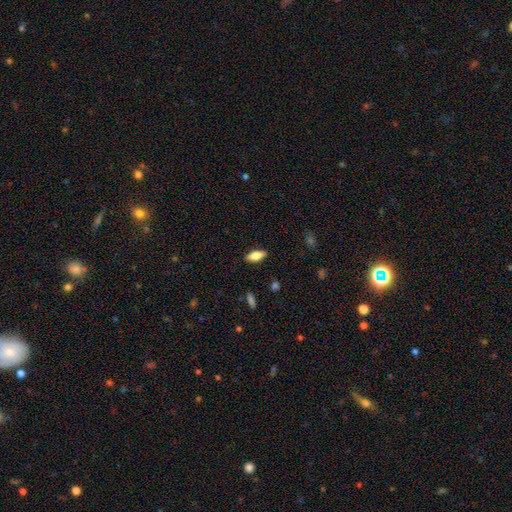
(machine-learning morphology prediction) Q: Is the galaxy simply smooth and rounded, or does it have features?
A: smooth — 76%.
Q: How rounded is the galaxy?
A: in between — 80%.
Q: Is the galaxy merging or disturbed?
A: none — 87%.